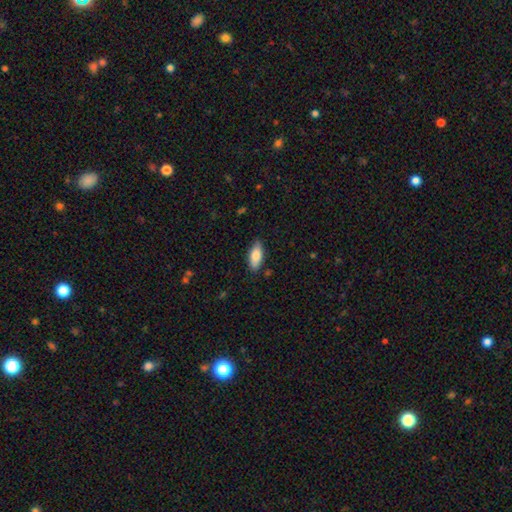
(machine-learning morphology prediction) Smooth or featured?
  - smooth: 80% *
  - featured or disk: 14%
  - star or artifact: 6%
How rounded?
  - in between: 83% *
  - cigar-shaped: 15%
  - round: 2%
Merging?
  - none: 85% *
  - minor disturbance: 11%
  - major disturbance: 2%
  - merger: 1%